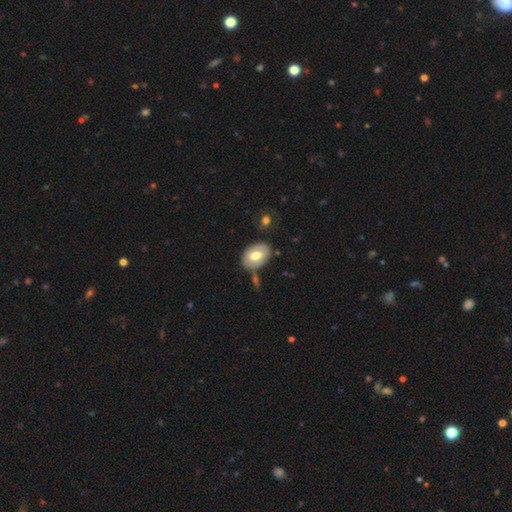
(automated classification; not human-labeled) Q: Smooth or featured?
A: smooth (60%); runner-up: featured or disk (34%)
Q: How rounded?
A: in between (84%); runner-up: round (15%)
Q: Merging?
A: none (70%); runner-up: minor disturbance (17%)